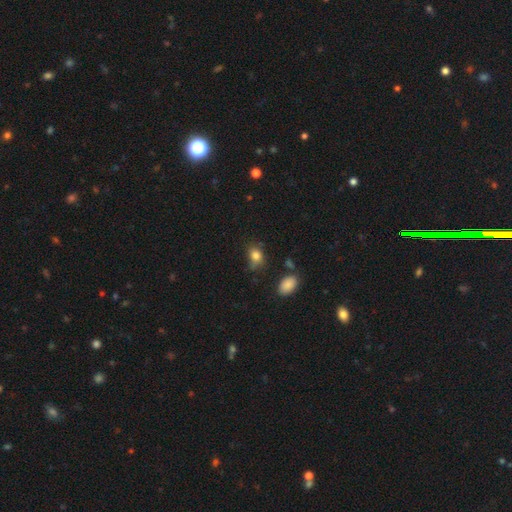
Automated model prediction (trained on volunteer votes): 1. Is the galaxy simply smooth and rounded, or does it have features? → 81% smooth, 11% star or artifact, 8% featured or disk.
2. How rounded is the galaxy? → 56% in between, 43% round, 1% cigar-shaped.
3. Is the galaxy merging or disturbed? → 52% none, 31% minor disturbance, 13% major disturbance, 4% merger.